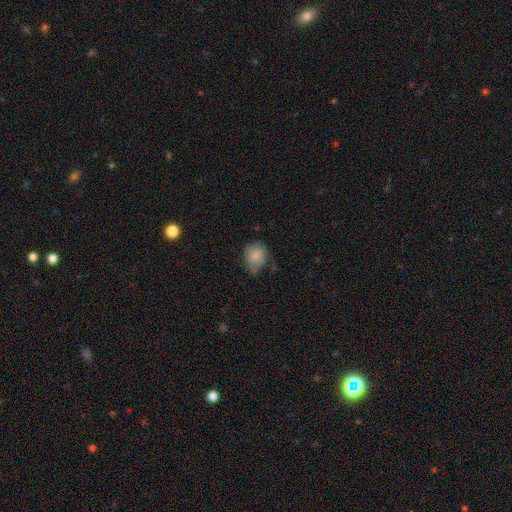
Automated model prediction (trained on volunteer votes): Smooth or featured? Predicted: smooth (p=0.81). How rounded? Predicted: round (p=0.55). Merging? Predicted: none (p=0.49).